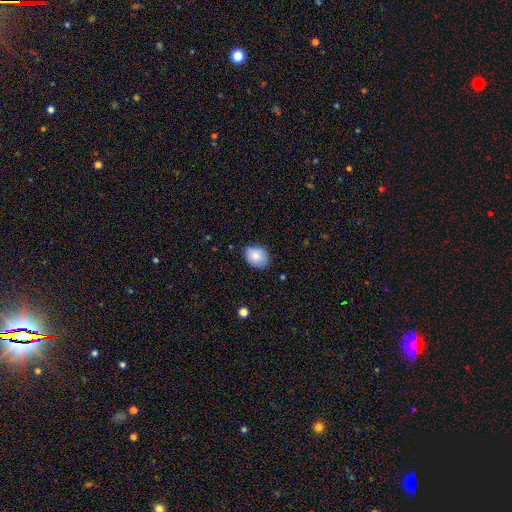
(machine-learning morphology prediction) type=smooth (82%); roundness=in between (62%); merging=none (75%).